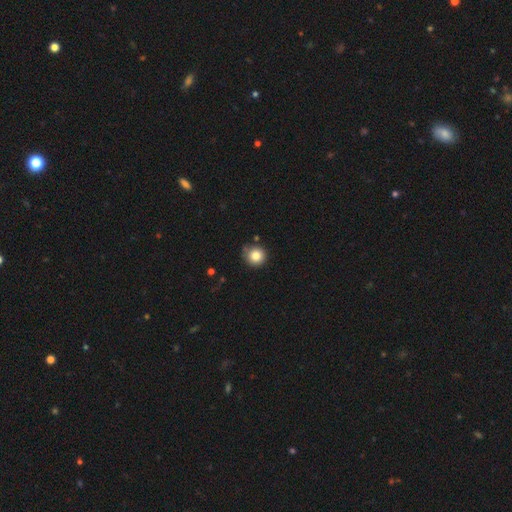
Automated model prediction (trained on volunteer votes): Q: Smooth or featured?
A: smooth (83%); runner-up: star or artifact (10%)
Q: How rounded?
A: round (92%); runner-up: in between (7%)
Q: Merging?
A: none (74%); runner-up: minor disturbance (19%)